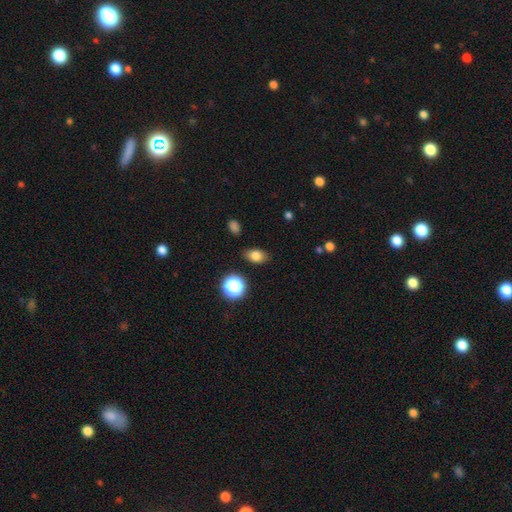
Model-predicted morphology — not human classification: A smooth galaxy with no disk features (79%) that is in between round and cigar-shaped (80%). Merging: none (85%).